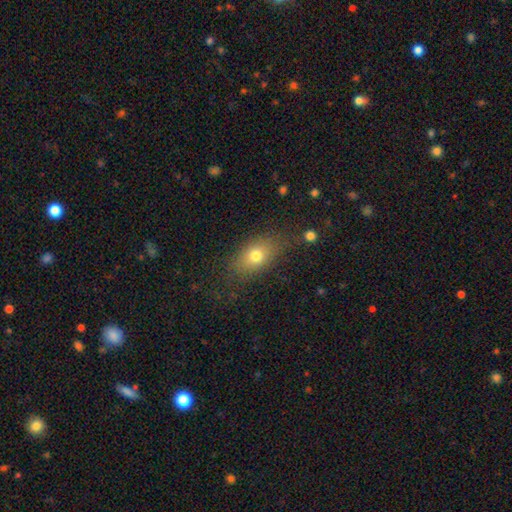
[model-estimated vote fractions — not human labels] A smooth galaxy with no disk features (73%) that is in between round and cigar-shaped (75%).

Vote fractions:
- Smooth or featured? smooth: 73% / featured or disk: 15% / star or artifact: 11%
- How rounded? in between: 75% / round: 18% / cigar-shaped: 7%
- Merging? none: 75% / minor disturbance: 16% / major disturbance: 7% / merger: 3%